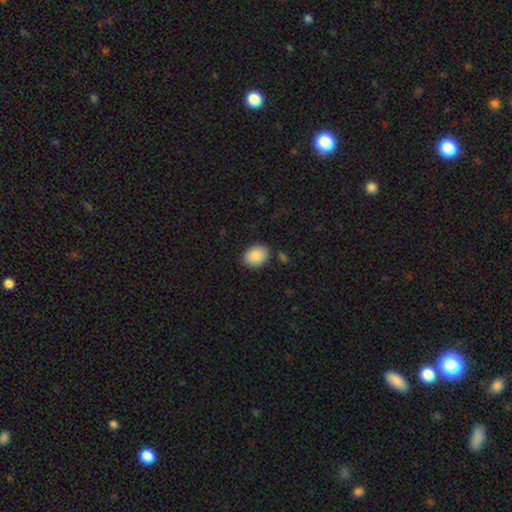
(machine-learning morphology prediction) Overall: smooth (89%). How rounded: in between (68%; round 31%). Merging: none (85%).